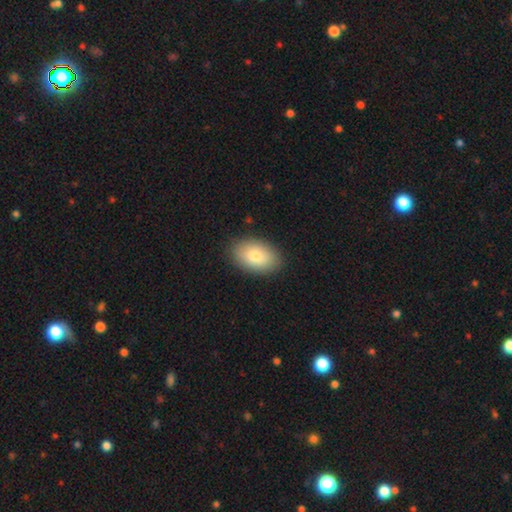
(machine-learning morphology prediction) Q: Smooth or featured?
A: smooth (80%); runner-up: featured or disk (13%)
Q: How rounded?
A: in between (90%); runner-up: round (9%)
Q: Merging?
A: none (88%); runner-up: minor disturbance (9%)